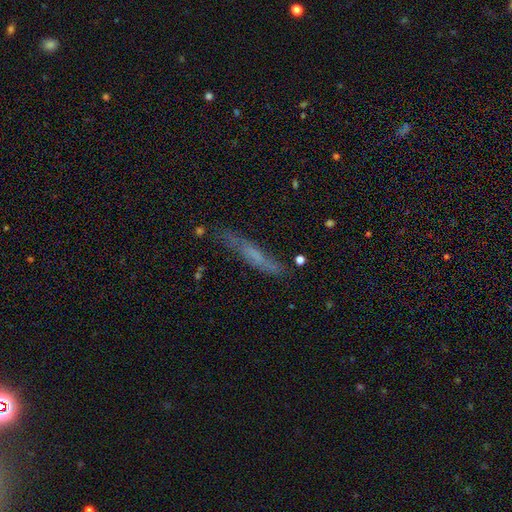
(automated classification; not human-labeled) Smooth or featured? Predicted: featured or disk (p=0.45). Merging? Predicted: none (p=0.68).